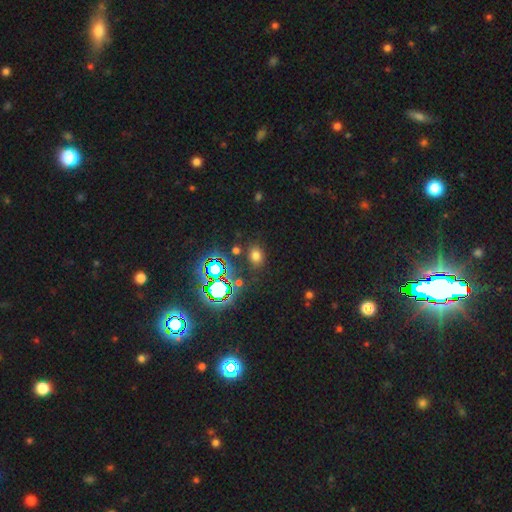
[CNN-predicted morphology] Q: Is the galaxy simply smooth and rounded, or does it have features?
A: smooth — 63%.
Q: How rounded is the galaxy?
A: round — 54%.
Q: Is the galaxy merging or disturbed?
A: none — 83%.